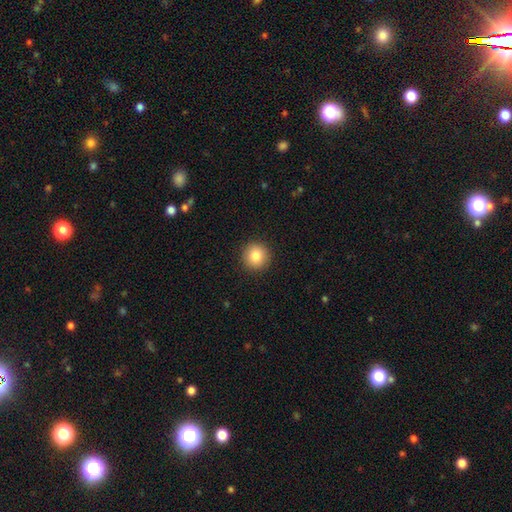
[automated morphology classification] A smooth galaxy with no disk features (84%) that is round (95%). Merging: none (92%).